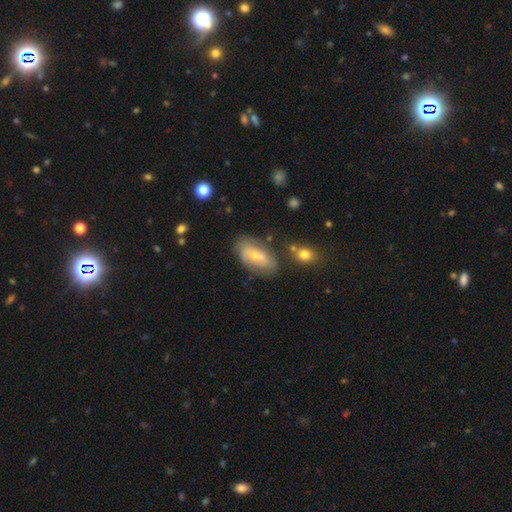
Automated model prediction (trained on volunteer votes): featured or disk 54%, smooth 39%, star or artifact 8%. Down the decision tree: edge-on disk — no (91%); merging — none (63%).